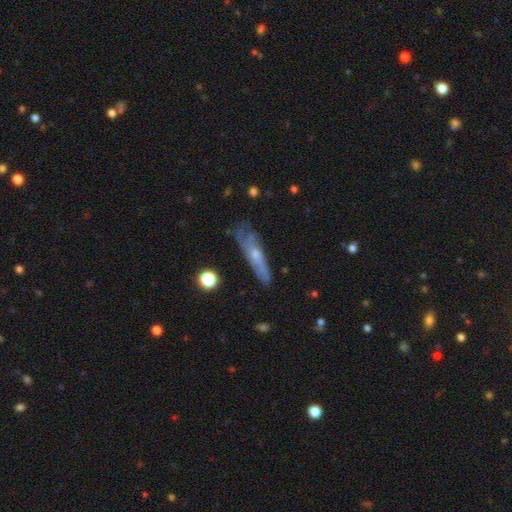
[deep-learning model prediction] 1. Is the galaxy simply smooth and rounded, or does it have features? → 53% featured or disk, 38% smooth, 8% star or artifact.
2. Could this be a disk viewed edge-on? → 57% yes, 43% no.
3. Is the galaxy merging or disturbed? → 60% none, 27% minor disturbance, 11% major disturbance, 3% merger.